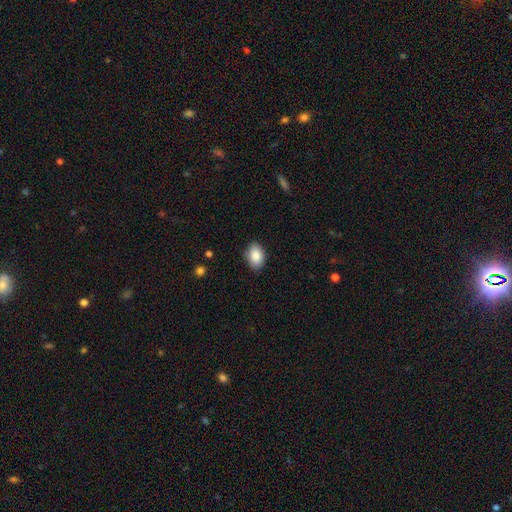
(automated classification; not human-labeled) Q: Smooth or featured?
A: smooth (88%); runner-up: star or artifact (7%)
Q: How rounded?
A: in between (87%); runner-up: round (12%)
Q: Merging?
A: none (85%); runner-up: minor disturbance (12%)